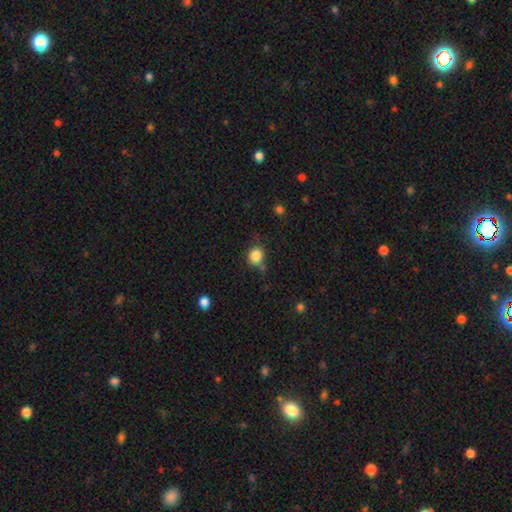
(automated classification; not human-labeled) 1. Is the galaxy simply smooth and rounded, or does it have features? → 83% smooth, 10% star or artifact, 6% featured or disk.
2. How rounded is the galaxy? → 79% round, 19% in between, 1% cigar-shaped.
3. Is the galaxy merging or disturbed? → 60% none, 24% minor disturbance, 8% merger, 8% major disturbance.